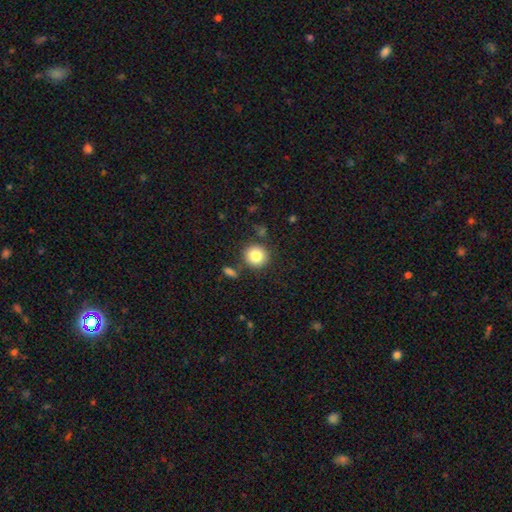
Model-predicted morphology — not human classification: Smooth or featured: smooth — 83% (star or artifact — 9%)
How rounded: round — 91% (in between — 8%)
Merging: none — 83% (minor disturbance — 8%)